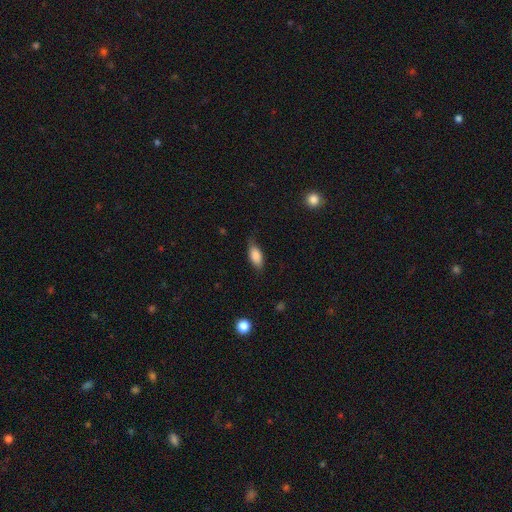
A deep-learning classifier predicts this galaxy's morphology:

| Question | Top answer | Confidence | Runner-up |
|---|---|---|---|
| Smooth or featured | smooth | 84% | featured or disk (10%) |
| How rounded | in between | 85% | cigar-shaped (12%) |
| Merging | none | 69% | minor disturbance (24%) |